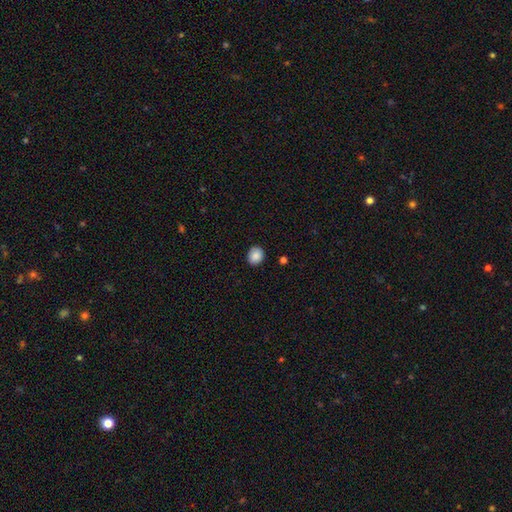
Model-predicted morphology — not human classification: Smooth or featured? Predicted: smooth (p=0.88). How rounded? Predicted: round (p=0.70). Merging? Predicted: none (p=0.88).